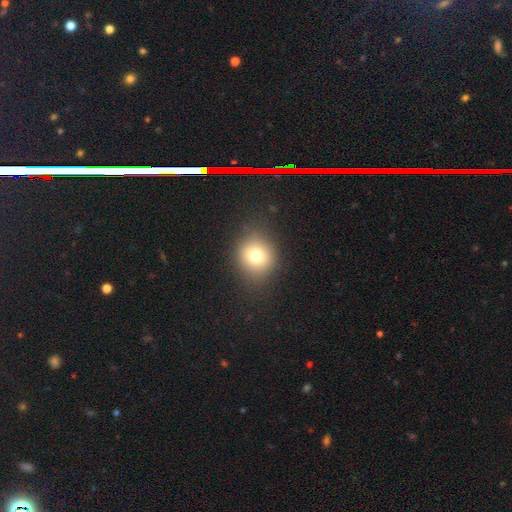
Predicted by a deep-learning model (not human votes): This is likely a smooth galaxy (75%). How rounded: clearly round (80%). Merging: clearly none (85%).